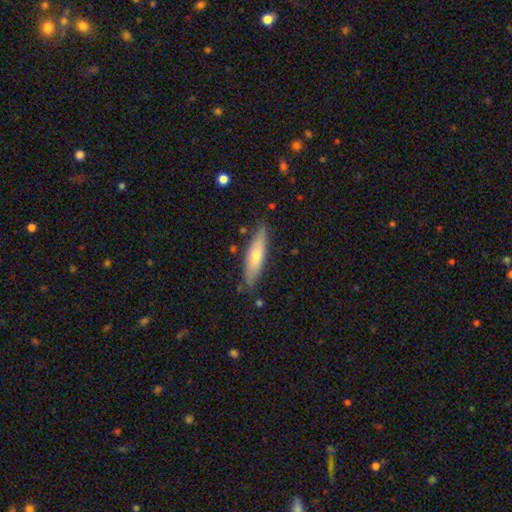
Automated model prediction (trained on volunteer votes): Smooth or featured? smooth (59%)
How rounded? cigar-shaped (69%)
Merging? none (81%)